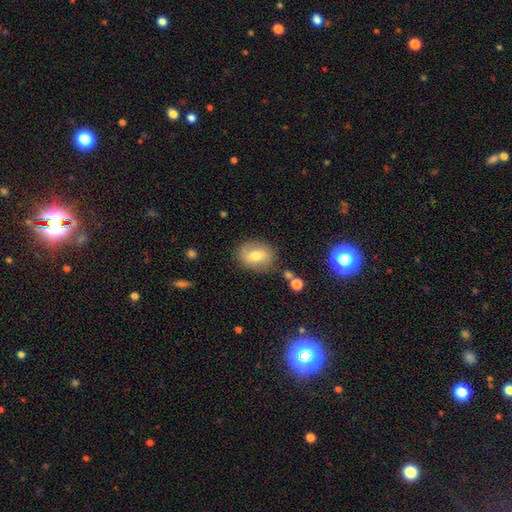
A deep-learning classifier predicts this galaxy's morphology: Q: Smooth or featured?
A: smooth (68%); runner-up: featured or disk (24%)
Q: How rounded?
A: in between (57%); runner-up: round (42%)
Q: Merging?
A: none (81%); runner-up: minor disturbance (13%)